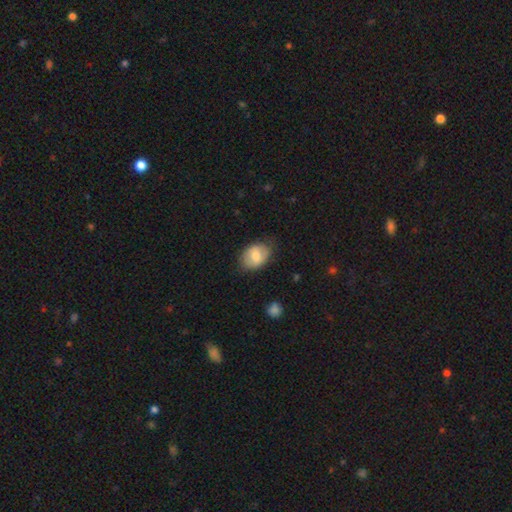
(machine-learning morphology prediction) smooth-or-featured: smooth: 68% | featured or disk: 26% | star or artifact: 7%
  how-rounded: in between: 77% | round: 21% | cigar-shaped: 1%
  merging: none: 75% | minor disturbance: 19% | major disturbance: 5% | merger: 1%